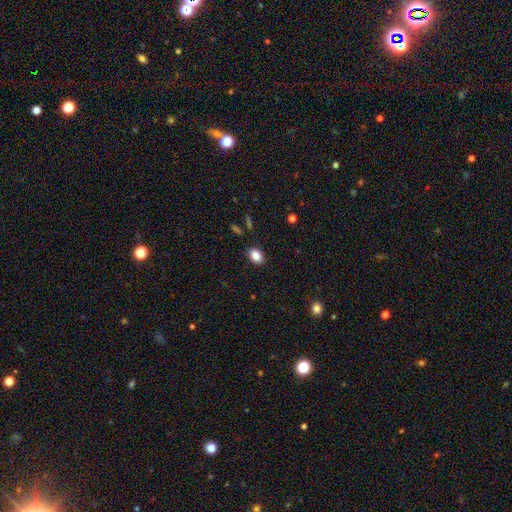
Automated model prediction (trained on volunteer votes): This is clearly a smooth galaxy (86%). How rounded: clearly in between (80%). Merging: clearly none (87%).